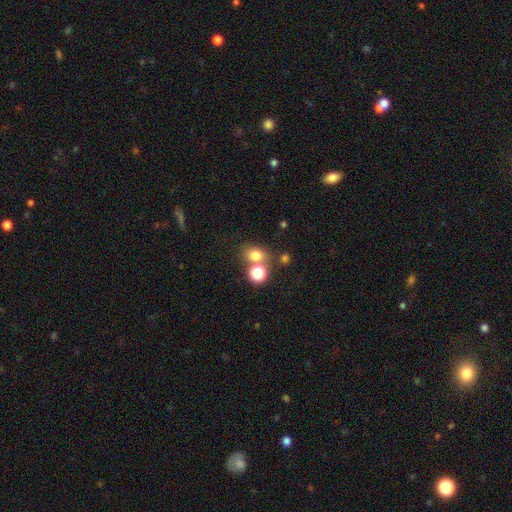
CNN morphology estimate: Q: Smooth or featured?
A: smooth (74%); runner-up: star or artifact (18%)
Q: How rounded?
A: round (61%); runner-up: in between (38%)
Q: Merging?
A: none (60%); runner-up: merger (25%)